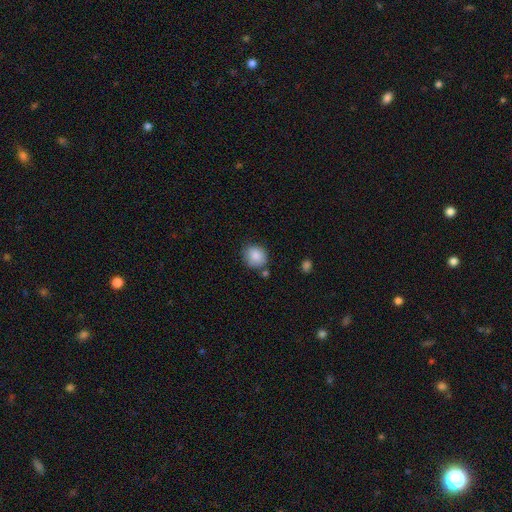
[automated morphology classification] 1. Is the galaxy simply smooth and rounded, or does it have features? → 86% smooth, 8% star or artifact, 5% featured or disk.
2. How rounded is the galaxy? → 77% round, 23% in between, 1% cigar-shaped.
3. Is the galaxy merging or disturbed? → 74% none, 16% minor disturbance, 7% merger, 4% major disturbance.